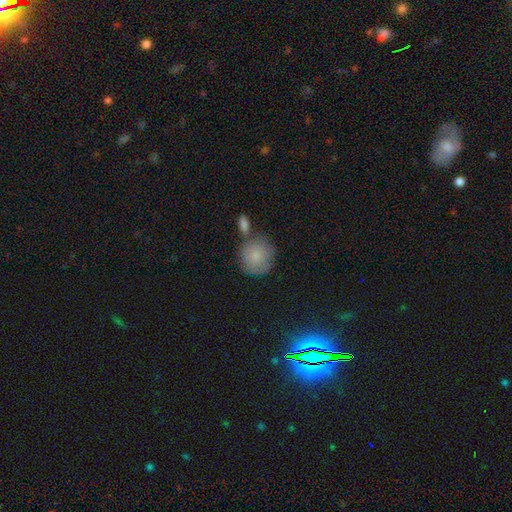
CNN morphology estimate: Smooth or featured: smooth — 75% (featured or disk — 16%)
How rounded: round — 87% (in between — 12%)
Merging: none — 55% (merger — 21%)